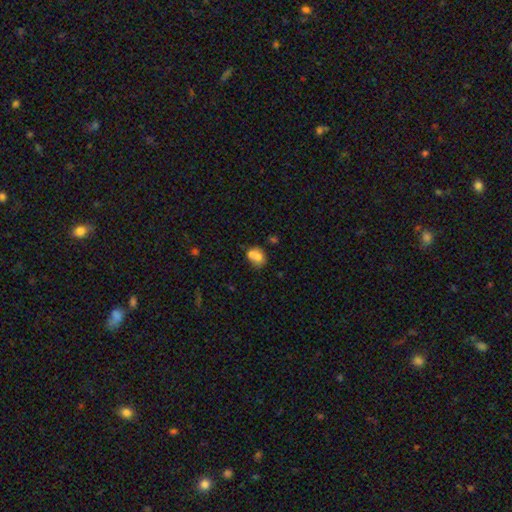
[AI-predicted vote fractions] A smooth galaxy with no disk features (68%) that is round (58%). Merging: merger (56%).